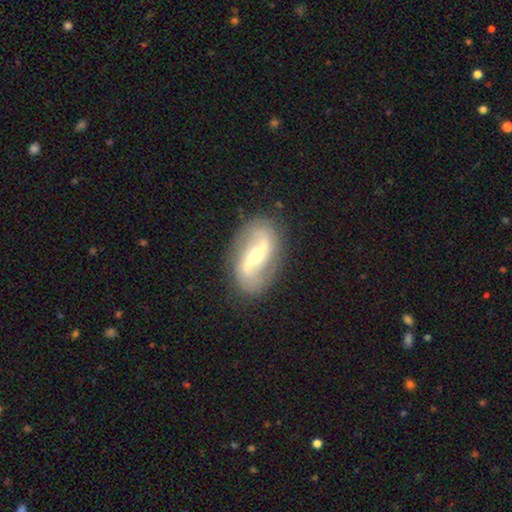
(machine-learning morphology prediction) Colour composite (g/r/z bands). It shows a featured or disk galaxy (84%) with a strong bar (48%), 2 (91%) loose (68%) spiral arms (88%) and a moderate central bulge (57%). Merging: none (84%).